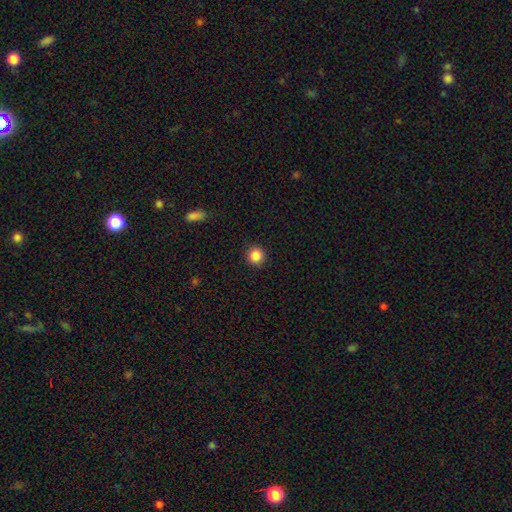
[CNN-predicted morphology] Smooth or featured?
  - smooth: 86% *
  - star or artifact: 10%
  - featured or disk: 4%
How rounded?
  - round: 94% *
  - in between: 5%
  - cigar-shaped: 1%
Merging?
  - none: 92% *
  - minor disturbance: 5%
  - major disturbance: 2%
  - merger: 1%